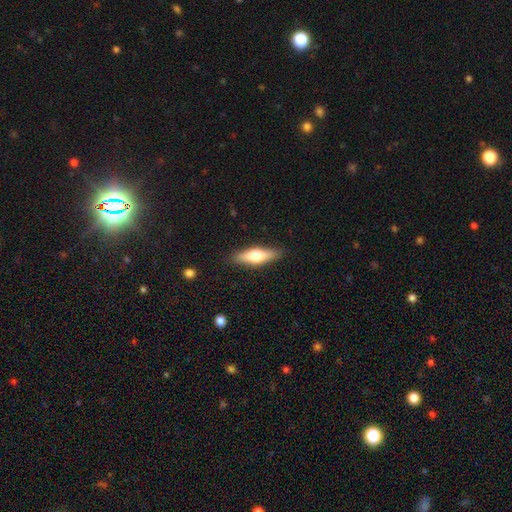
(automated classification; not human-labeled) smooth_or_featured: smooth (p=0.60) [alt: featured or disk p=0.34]
how_rounded: cigar-shaped (p=0.56) [alt: in between p=0.41]
merging: none (p=0.87) [alt: minor disturbance p=0.10]